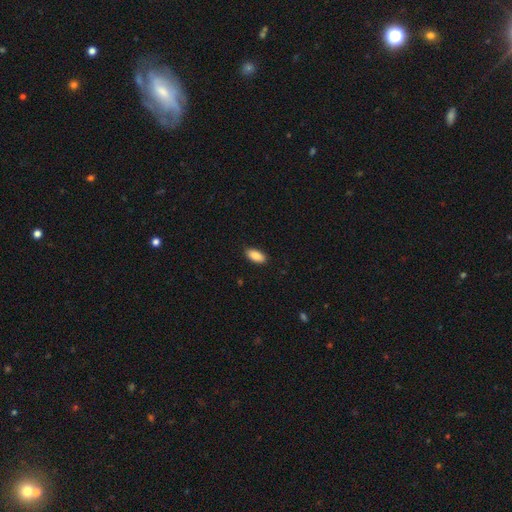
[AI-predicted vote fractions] smooth_or_featured: smooth (p=0.89) [alt: star or artifact p=0.07]
how_rounded: in between (p=0.92) [alt: cigar-shaped p=0.06]
merging: none (p=0.88) [alt: minor disturbance p=0.09]